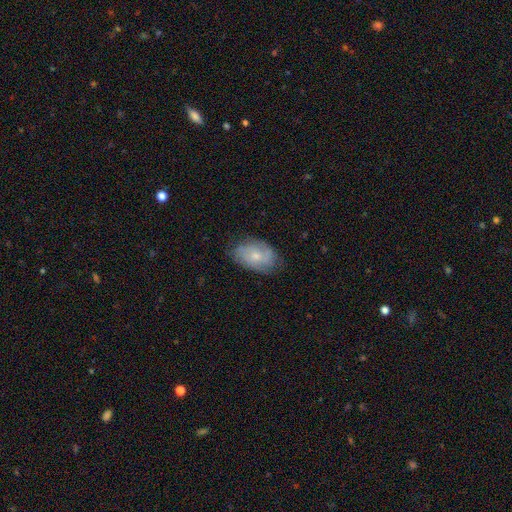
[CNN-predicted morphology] Q: Smooth or featured?
A: smooth (47%); runner-up: featured or disk (46%)
Q: Merging?
A: none (70%); runner-up: minor disturbance (23%)